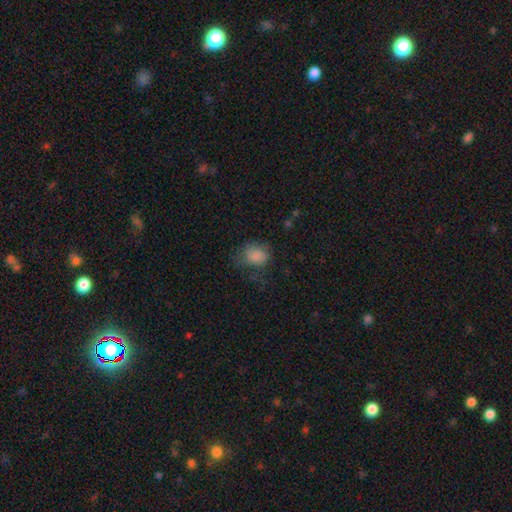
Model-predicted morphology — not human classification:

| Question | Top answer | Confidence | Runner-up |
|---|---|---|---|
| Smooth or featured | smooth | 79% | featured or disk (11%) |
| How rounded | round | 52% | in between (47%) |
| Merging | none | 45% | minor disturbance (28%) |